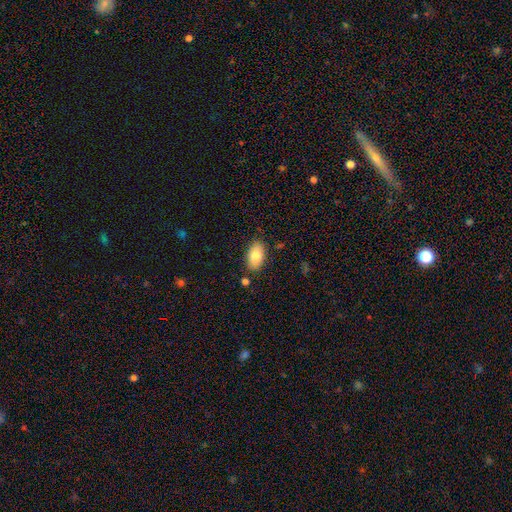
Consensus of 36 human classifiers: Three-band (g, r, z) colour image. It shows a smooth galaxy with no disk features (89%) that is in between round and cigar-shaped (94%). Merging: none (89%).